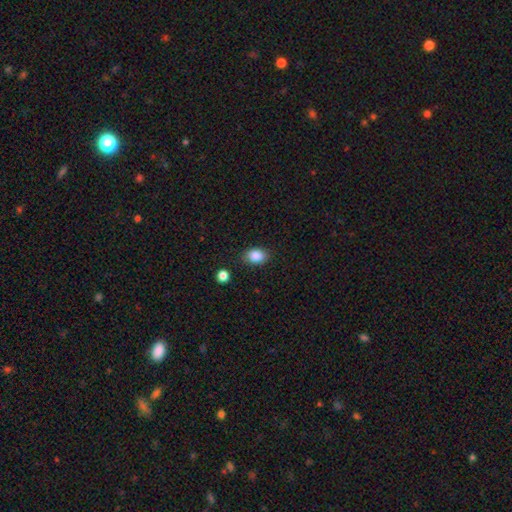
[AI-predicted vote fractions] Smooth or featured: smooth — 87% (star or artifact — 9%)
How rounded: in between — 75% (round — 24%)
Merging: none — 82% (minor disturbance — 12%)